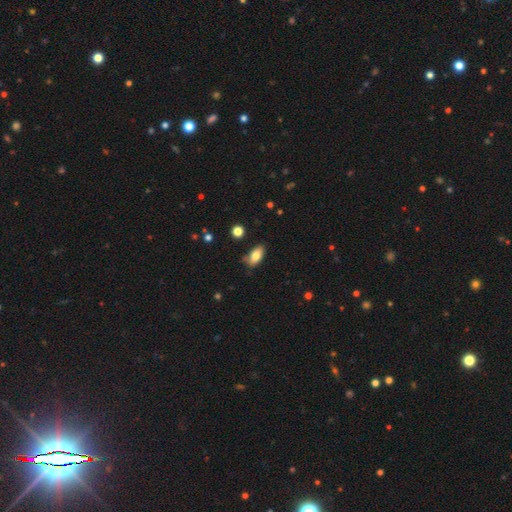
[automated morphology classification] This is likely a smooth galaxy (79%). How rounded: clearly in between (89%). Merging: likely none (70%).